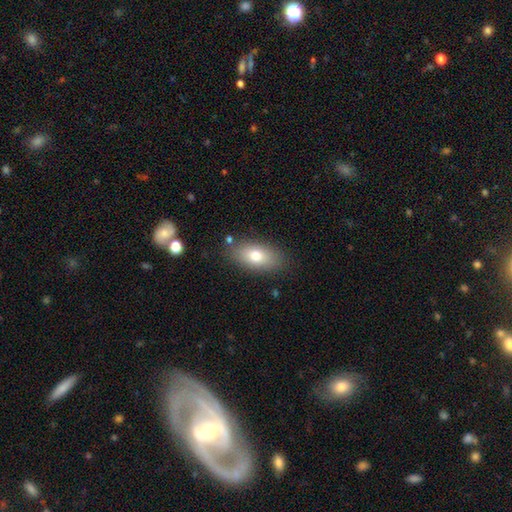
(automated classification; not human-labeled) Q: Smooth or featured?
A: smooth (76%); runner-up: featured or disk (16%)
Q: How rounded?
A: in between (89%); runner-up: round (6%)
Q: Merging?
A: none (82%); runner-up: minor disturbance (12%)